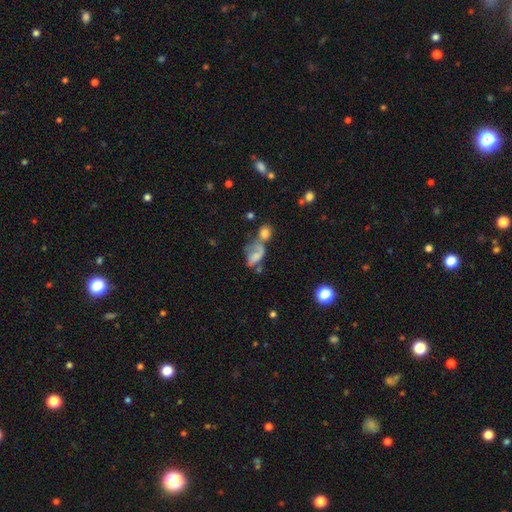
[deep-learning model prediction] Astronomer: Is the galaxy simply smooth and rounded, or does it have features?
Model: smooth — 48% (runner-up: featured or disk, 38%).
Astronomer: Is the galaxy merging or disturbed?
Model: merger — 42% (runner-up: major disturbance, 24%).